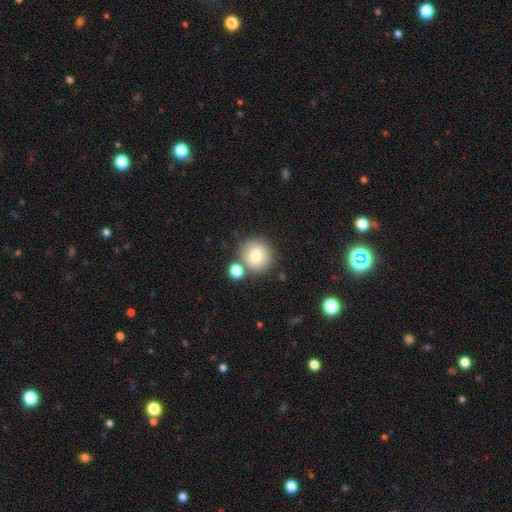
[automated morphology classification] This is likely a smooth galaxy (77%). How rounded: clearly round (92%). Merging: likely none (71%).